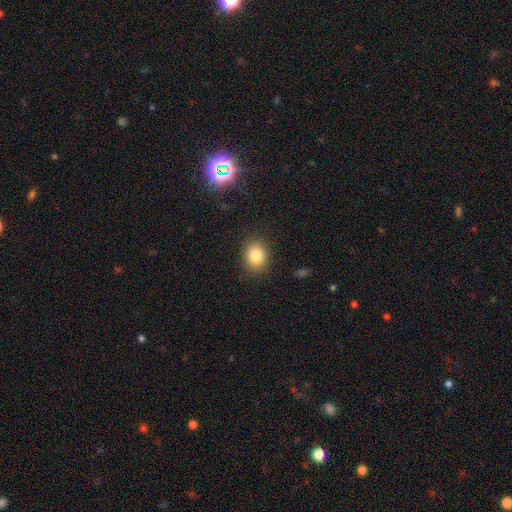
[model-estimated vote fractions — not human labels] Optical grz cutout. It shows a smooth galaxy with no disk features (83%) that is round (50%). Merging: none (87%).